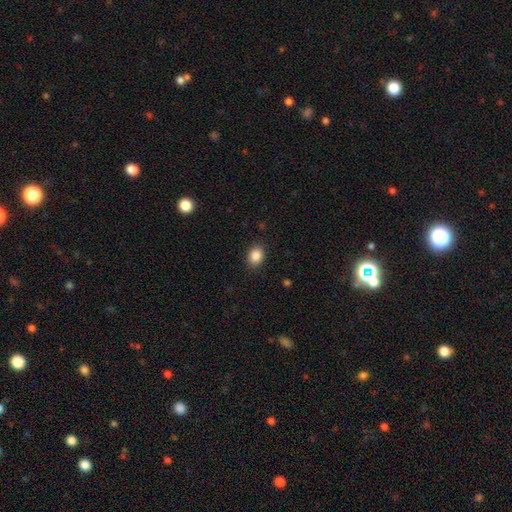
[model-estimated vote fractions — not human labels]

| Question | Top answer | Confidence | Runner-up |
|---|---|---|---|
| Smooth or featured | smooth | 87% | star or artifact (9%) |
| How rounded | in between | 58% | round (41%) |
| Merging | none | 88% | minor disturbance (9%) |